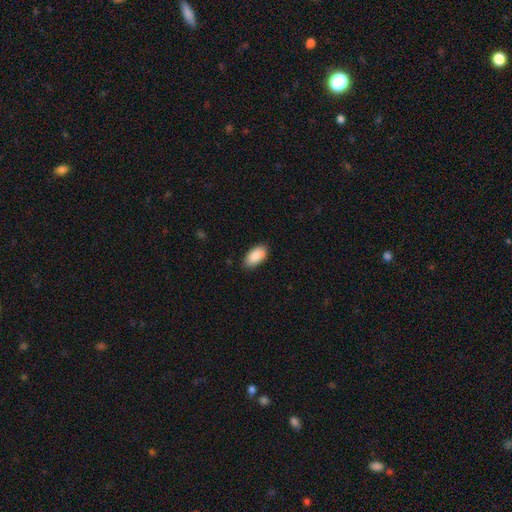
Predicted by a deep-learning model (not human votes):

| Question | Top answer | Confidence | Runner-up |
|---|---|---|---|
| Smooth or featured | smooth | 87% | featured or disk (7%) |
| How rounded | in between | 95% | cigar-shaped (3%) |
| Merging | none | 85% | minor disturbance (12%) |